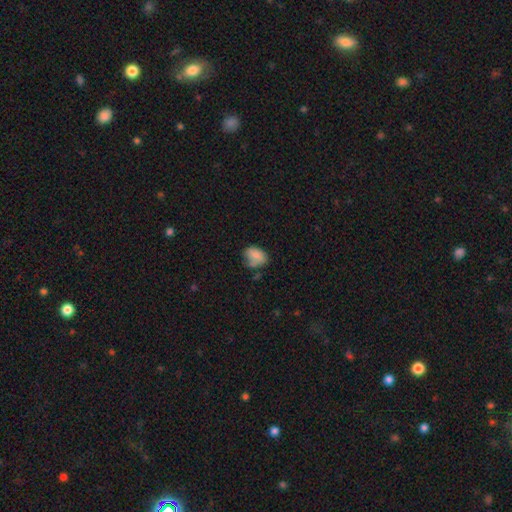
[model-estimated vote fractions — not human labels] This appears to be a smooth galaxy with no disk features (79%) that is in between round and cigar-shaped (76%). Merging: none (48%).